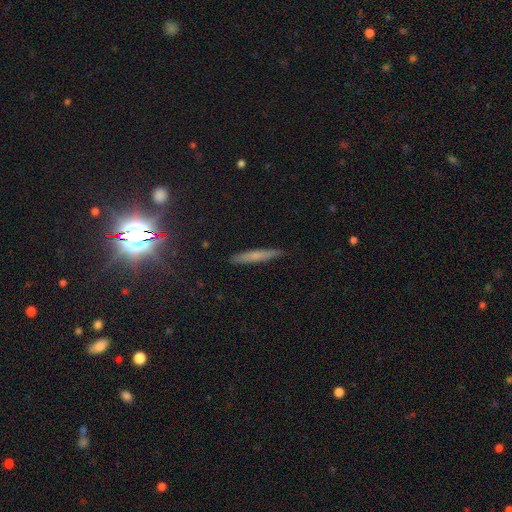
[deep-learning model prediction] This is possibly a smooth galaxy (60%). How rounded: clearly cigar-shaped (93%). Merging: clearly none (89%).